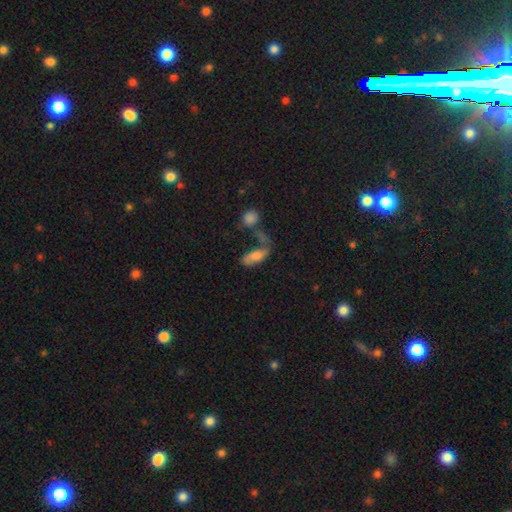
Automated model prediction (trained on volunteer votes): A smooth galaxy with no disk features (73%) that is in between round and cigar-shaped (79%).

Vote fractions:
- Smooth or featured? smooth: 73% / featured or disk: 18% / star or artifact: 9%
- How rounded? in between: 79% / cigar-shaped: 17% / round: 4%
- Merging? merger: 34% (tied) / none: 34% (tied) / minor disturbance: 18% / major disturbance: 14%